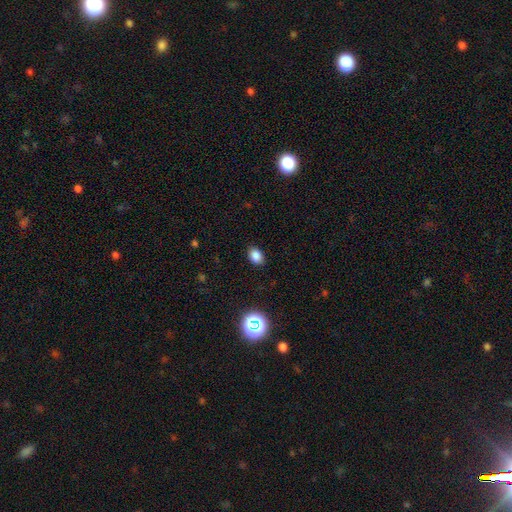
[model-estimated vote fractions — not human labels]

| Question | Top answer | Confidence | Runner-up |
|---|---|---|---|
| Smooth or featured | smooth | 83% | star or artifact (13%) |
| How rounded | in between | 74% | round (25%) |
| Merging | none | 88% | minor disturbance (8%) |